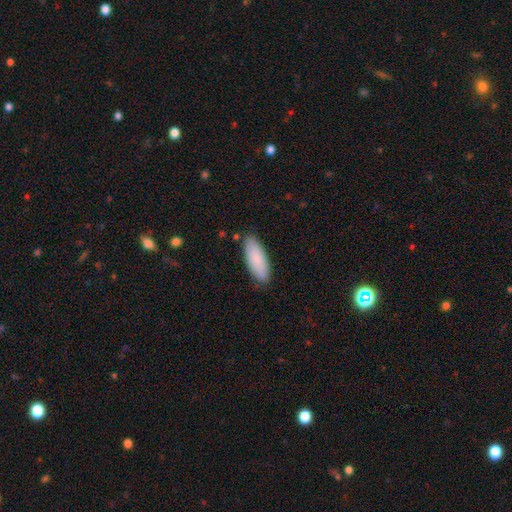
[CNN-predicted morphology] Smooth or featured? Predicted: smooth (p=0.87). How rounded? Predicted: in between (p=0.72). Merging? Predicted: none (p=0.86).